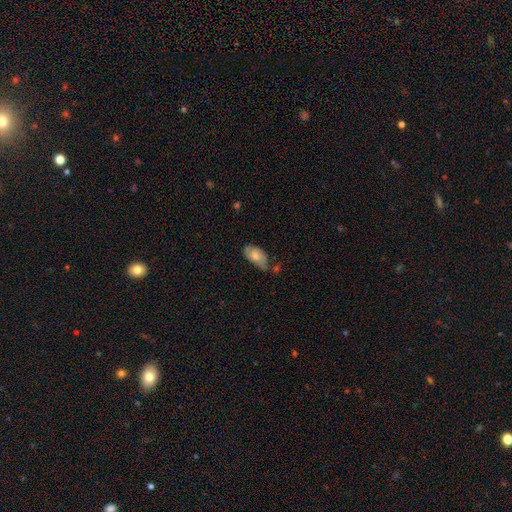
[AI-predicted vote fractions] smooth 66%, featured or disk 27%, star or artifact 7%. Down the decision tree: how rounded — in between (93%); merging — none (49%).